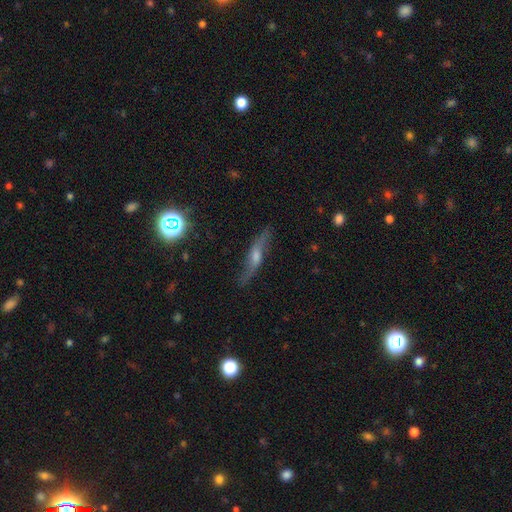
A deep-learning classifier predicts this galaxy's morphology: Smooth or featured?
  - featured or disk: 69% *
  - smooth: 19%
  - star or artifact: 12%
Edge-on disk?
  - yes: 59% *
  - no: 41%
Merging?
  - none: 80% *
  - minor disturbance: 14%
  - major disturbance: 4%
  - merger: 2%